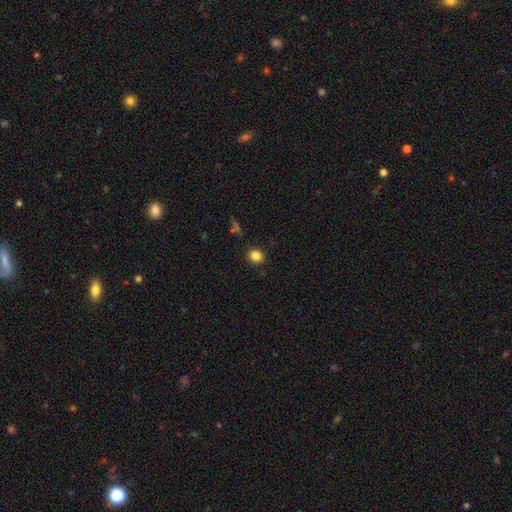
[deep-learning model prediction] A smooth galaxy with no disk features (84%) that is round (74%). Merging: none (89%).